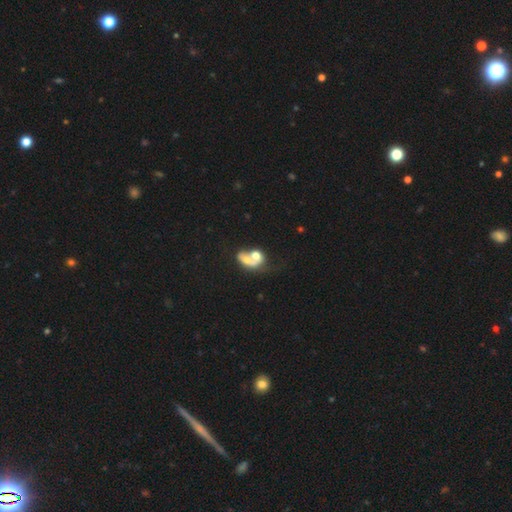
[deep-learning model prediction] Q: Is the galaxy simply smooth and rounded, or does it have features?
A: smooth — 50%.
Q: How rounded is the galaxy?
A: in between — 71%.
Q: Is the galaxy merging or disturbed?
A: merger — 68%.